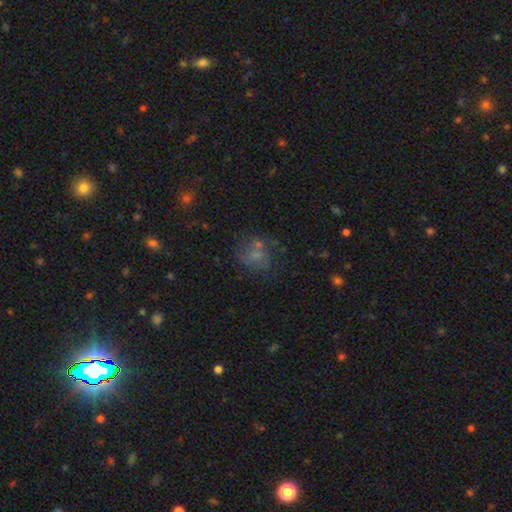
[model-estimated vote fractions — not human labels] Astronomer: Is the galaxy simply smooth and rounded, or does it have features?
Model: smooth — 54%.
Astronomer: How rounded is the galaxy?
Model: round — 67%.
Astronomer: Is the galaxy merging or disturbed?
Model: none — 52%.